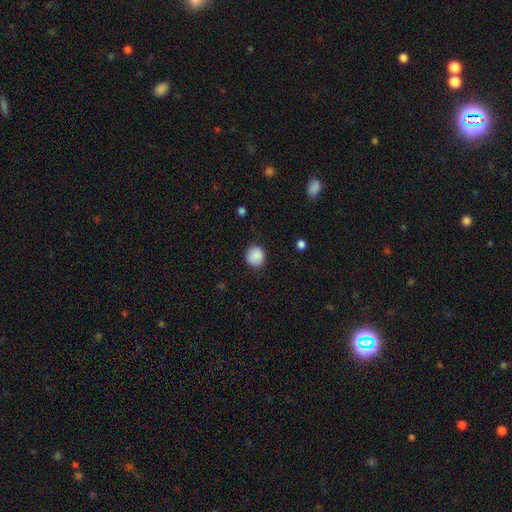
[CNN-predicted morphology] A smooth galaxy with no disk features (89%) that is round (87%). Merging: none (86%).